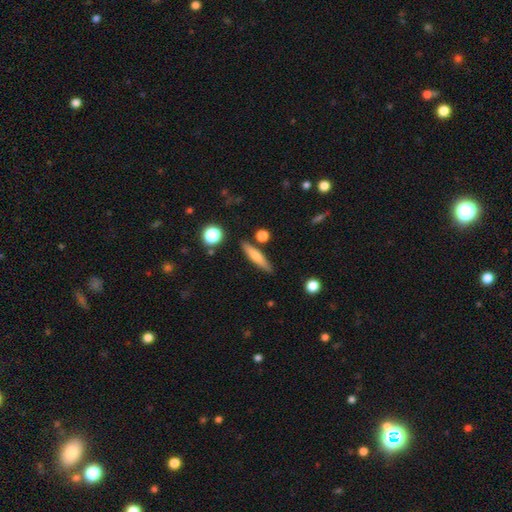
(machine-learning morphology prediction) Smooth or featured?
  - smooth: 67% *
  - featured or disk: 26%
  - star or artifact: 7%
How rounded?
  - cigar-shaped: 86% *
  - in between: 12%
  - round: 2%
Merging?
  - none: 85% *
  - minor disturbance: 9%
  - merger: 4%
  - major disturbance: 2%